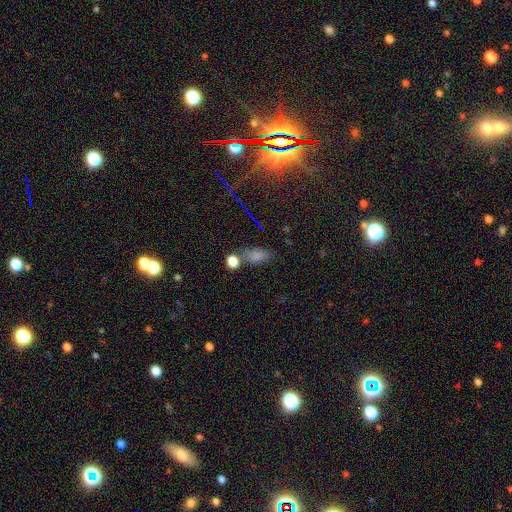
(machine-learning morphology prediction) smooth-or-featured: smooth: 74% | star or artifact: 17% | featured or disk: 9%
  how-rounded: in between: 81% | round: 13% | cigar-shaped: 6%
  merging: none: 59% | minor disturbance: 18% | merger: 16% | major disturbance: 6%